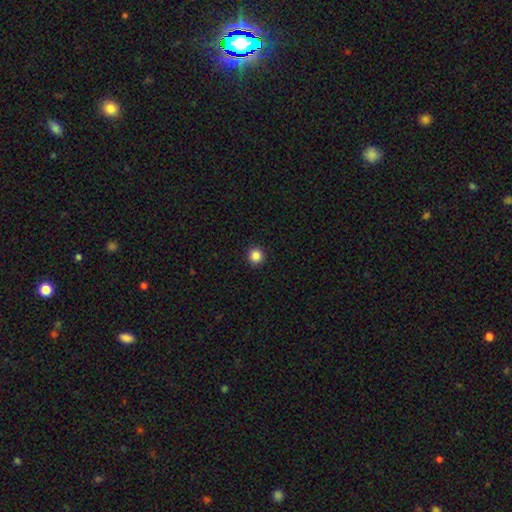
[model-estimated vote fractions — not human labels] This is clearly a smooth galaxy (86%). How rounded: clearly round (96%). Merging: clearly none (94%).